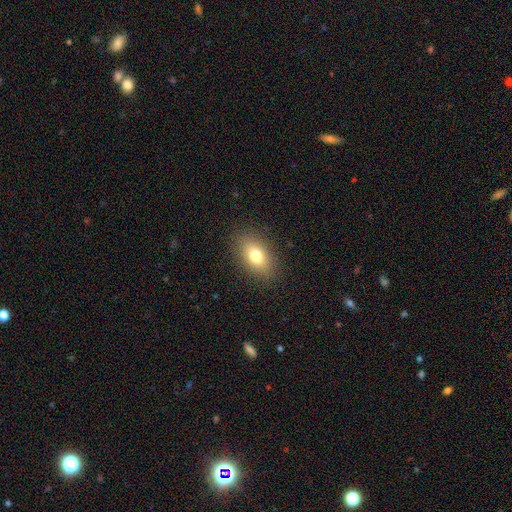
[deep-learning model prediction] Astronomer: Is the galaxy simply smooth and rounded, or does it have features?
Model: smooth — 77%.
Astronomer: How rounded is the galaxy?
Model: in between — 87%.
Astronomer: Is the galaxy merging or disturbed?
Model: none — 88%.